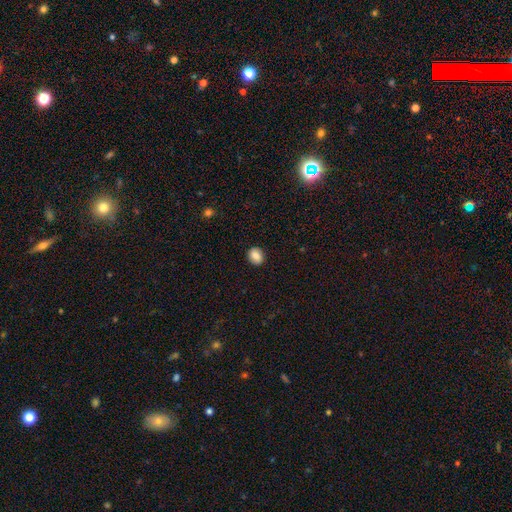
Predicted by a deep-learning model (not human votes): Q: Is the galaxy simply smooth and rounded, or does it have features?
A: smooth — 82%.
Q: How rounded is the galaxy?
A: round — 56%.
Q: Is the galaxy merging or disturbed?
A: none — 90%.